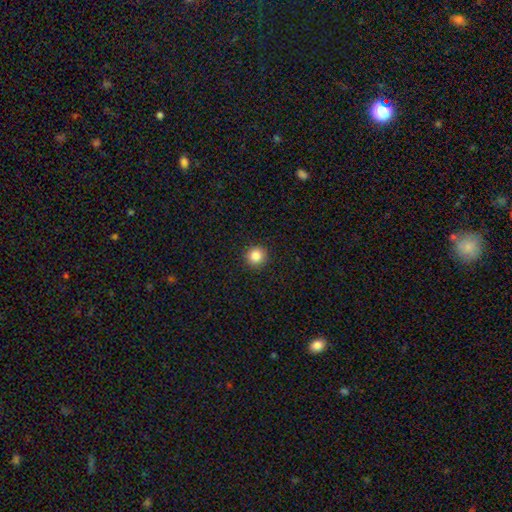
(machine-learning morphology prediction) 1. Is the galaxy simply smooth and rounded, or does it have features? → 85% smooth, 10% star or artifact, 5% featured or disk.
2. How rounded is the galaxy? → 94% round, 5% in between, 1% cigar-shaped.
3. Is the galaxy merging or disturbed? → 93% none, 5% minor disturbance, 2% major disturbance, 1% merger.